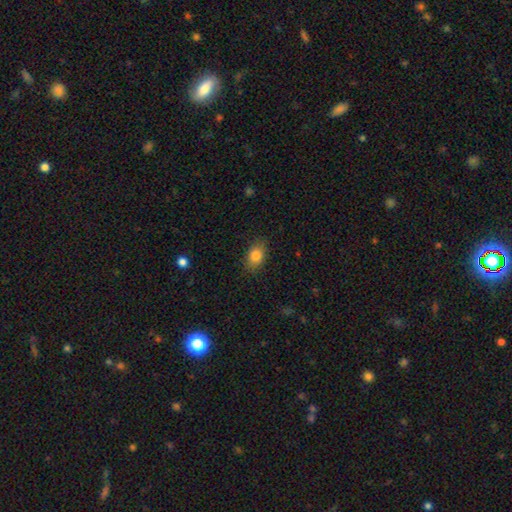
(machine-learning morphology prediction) smooth 84%, star or artifact 9%, featured or disk 7%. Down the decision tree: how rounded — in between (78%); merging — none (84%).